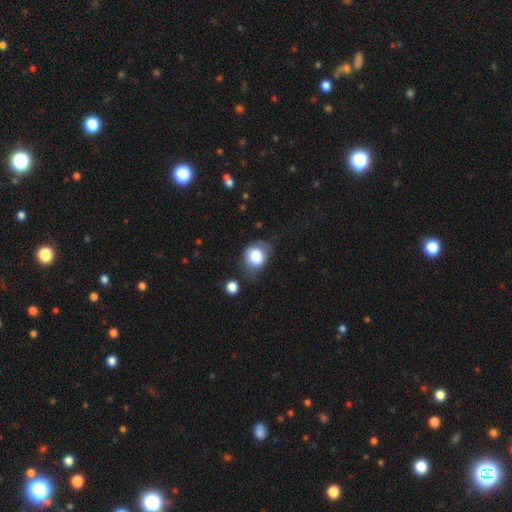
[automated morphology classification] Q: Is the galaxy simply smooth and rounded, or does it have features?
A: smooth — 79%.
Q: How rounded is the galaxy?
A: round — 61%.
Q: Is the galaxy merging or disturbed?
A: none — 48%.